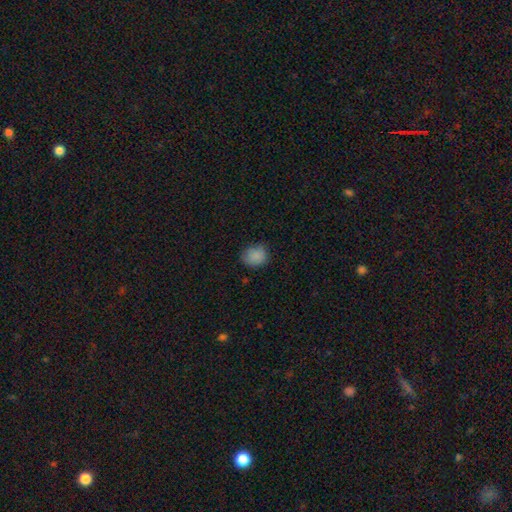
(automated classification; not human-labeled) smooth 86%, star or artifact 10%, featured or disk 4%. Down the decision tree: how rounded — round (62%); merging — none (77%).